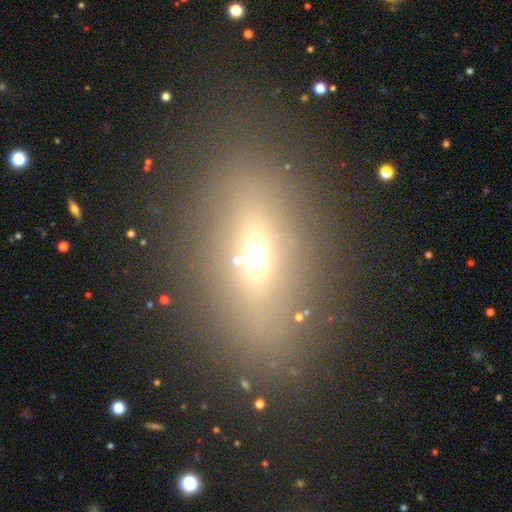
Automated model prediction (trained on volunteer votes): Overall: smooth (54%; star or artifact 24%). How rounded: in between (75%). Merging: none (77%).